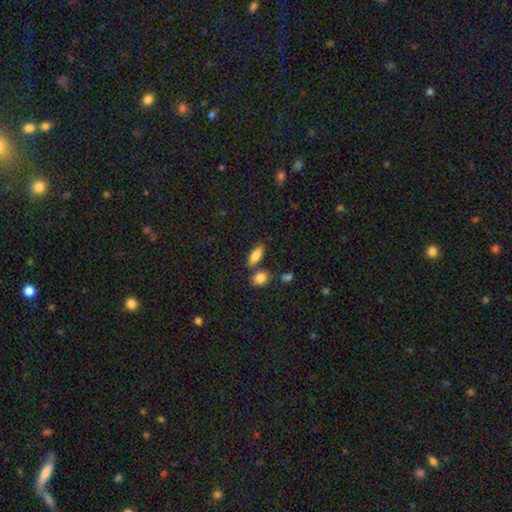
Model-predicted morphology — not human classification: A smooth galaxy with no disk features (82%) that is in between round and cigar-shaped (79%). Merging: none (70%).